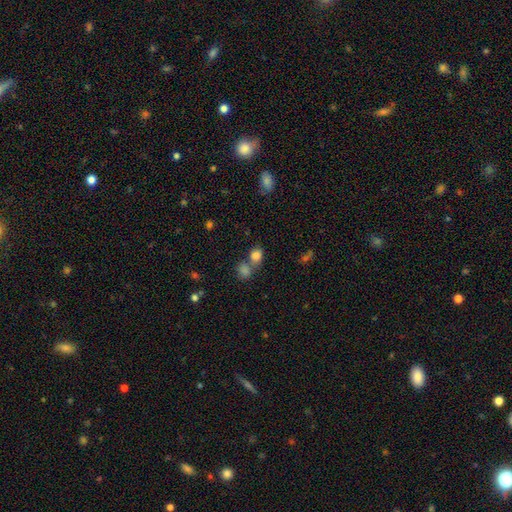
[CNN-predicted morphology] A smooth galaxy with no disk features (81%) that is round (54%). Merging: none (44%).